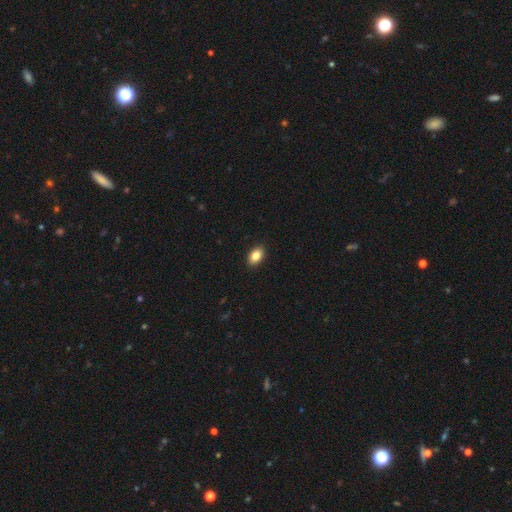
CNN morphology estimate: Overall: smooth (85%). How rounded: in between (88%). Merging: none (90%).